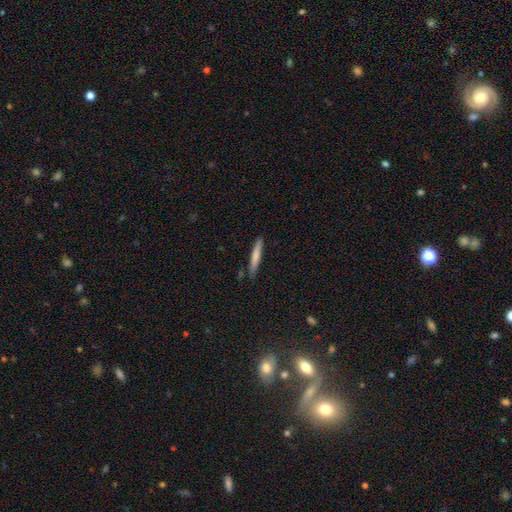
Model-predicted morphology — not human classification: smooth_or_featured: smooth (p=0.72) [alt: featured or disk p=0.23]
how_rounded: cigar-shaped (p=0.95) [alt: in between p=0.04]
merging: none (p=0.85) [alt: minor disturbance p=0.11]